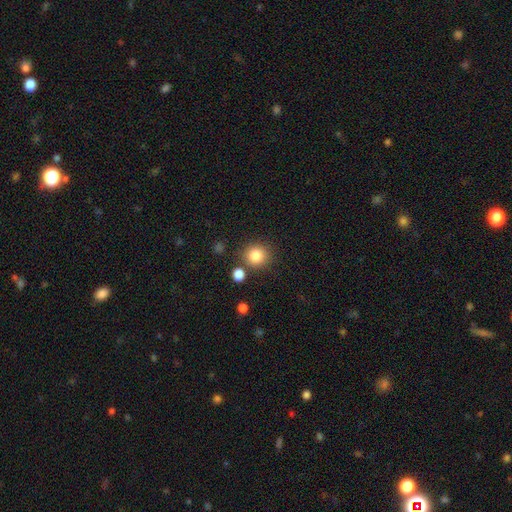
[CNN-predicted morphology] Overall: smooth (84%). How rounded: round (89%). Merging: none (81%).